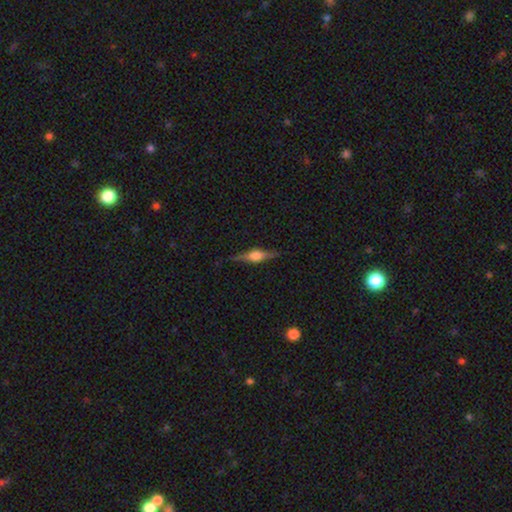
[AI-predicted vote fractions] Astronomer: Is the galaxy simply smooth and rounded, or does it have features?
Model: featured or disk — 77%.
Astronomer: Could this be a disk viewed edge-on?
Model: yes — 98%.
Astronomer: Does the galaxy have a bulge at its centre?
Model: rounded — 86%.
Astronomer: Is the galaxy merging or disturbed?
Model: none — 87%.